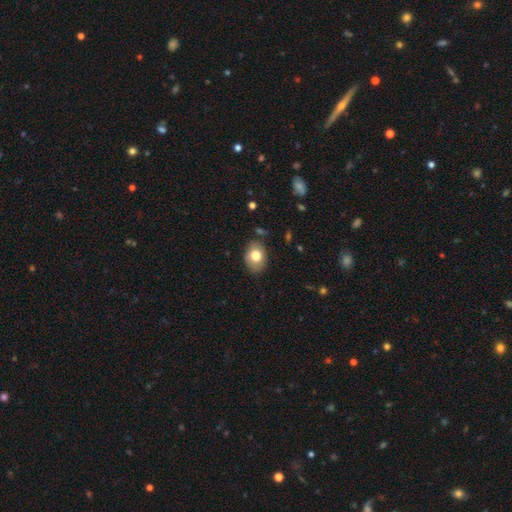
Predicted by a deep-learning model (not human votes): Smooth or featured: smooth — 77% (featured or disk — 15%)
How rounded: in between — 72% (round — 26%)
Merging: none — 80% (minor disturbance — 15%)